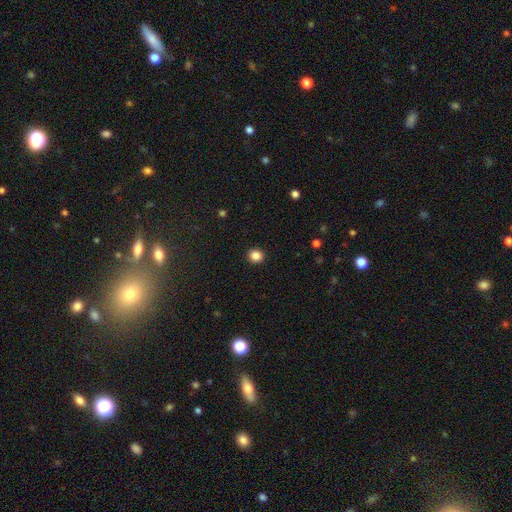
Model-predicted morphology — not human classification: A smooth galaxy with no disk features (85%) that is round (88%). Merging: none (93%).